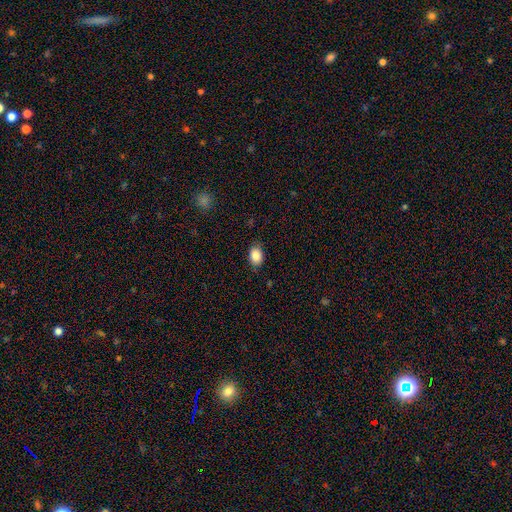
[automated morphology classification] A smooth galaxy with no disk features (87%) that is in between round and cigar-shaped (74%).

Vote fractions:
- Smooth or featured? smooth: 87% / star or artifact: 8% / featured or disk: 5%
- How rounded? in between: 74% / round: 25% / cigar-shaped: 1%
- Merging? none: 82% / minor disturbance: 14% / major disturbance: 3% / merger: 1%